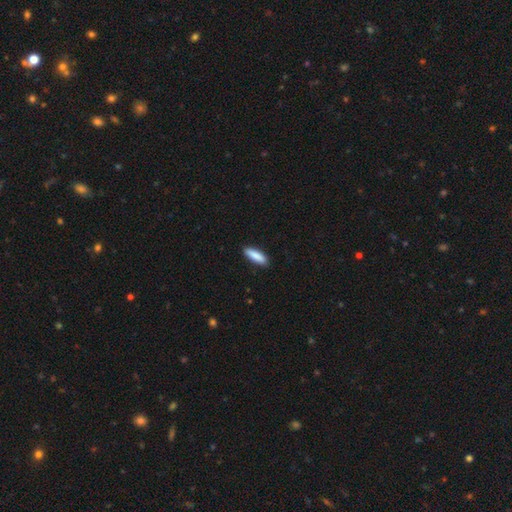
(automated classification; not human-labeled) This appears to be a smooth galaxy with no disk features (88%) that is cigar-shaped (60%). Merging: none (90%).